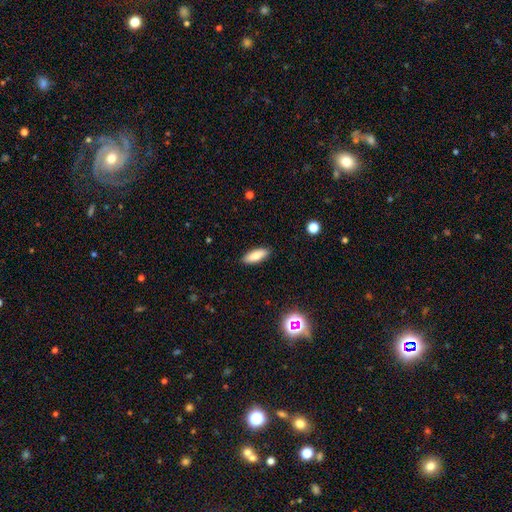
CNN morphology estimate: This appears to be a smooth galaxy with no disk features (82%) that is in between round and cigar-shaped (70%). Merging: none (89%).